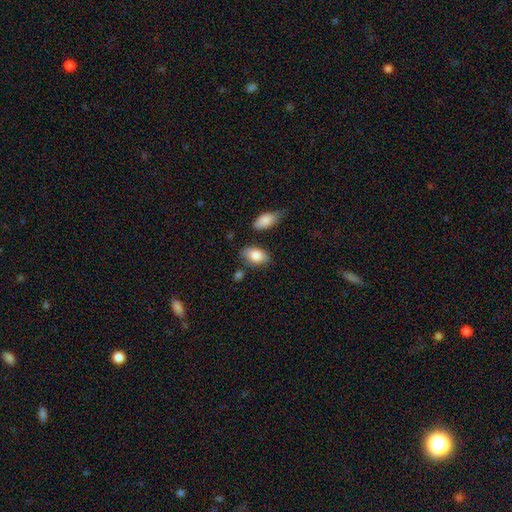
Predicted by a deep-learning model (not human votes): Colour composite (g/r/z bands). It shows a smooth galaxy with no disk features (85%) that is in between round and cigar-shaped (92%). Merging: none (70%).